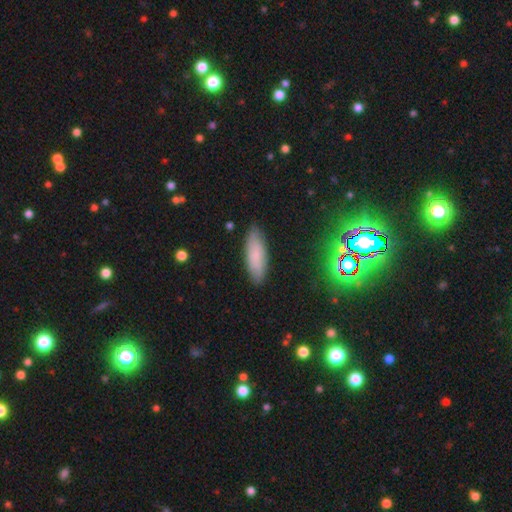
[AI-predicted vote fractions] This appears to be a smooth galaxy with no disk features (74%) that is in between round and cigar-shaped (56%). Merging: none (86%).